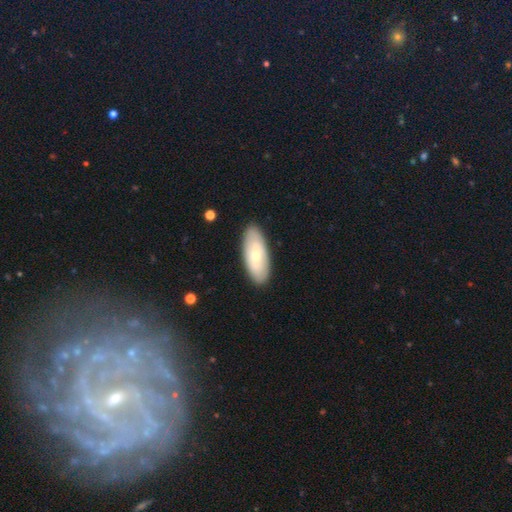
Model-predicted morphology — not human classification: This is likely a smooth galaxy (62%). How rounded: clearly in between (85%). Merging: clearly none (88%).